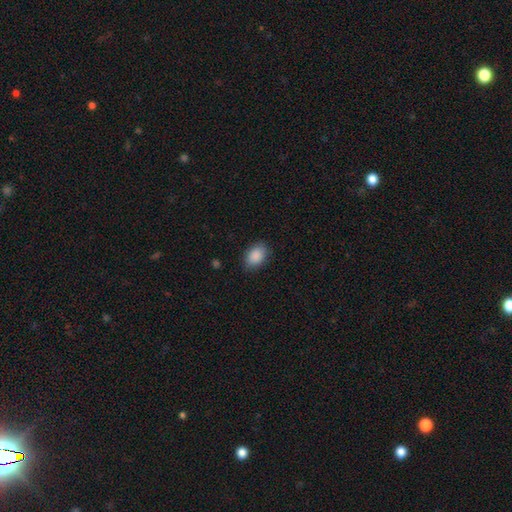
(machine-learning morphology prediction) A smooth galaxy with no disk features (89%) that is in between round and cigar-shaped (84%).

Vote fractions:
- Smooth or featured? smooth: 89% / star or artifact: 7% / featured or disk: 4%
- How rounded? in between: 84% / round: 15% / cigar-shaped: 1%
- Merging? none: 86% / minor disturbance: 11% / major disturbance: 3% / merger: 1%